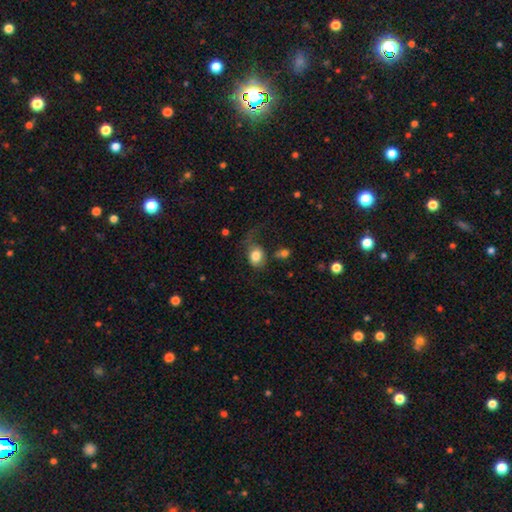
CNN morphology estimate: type=smooth (81%); roundness=in between (51%); merging=none (38%).